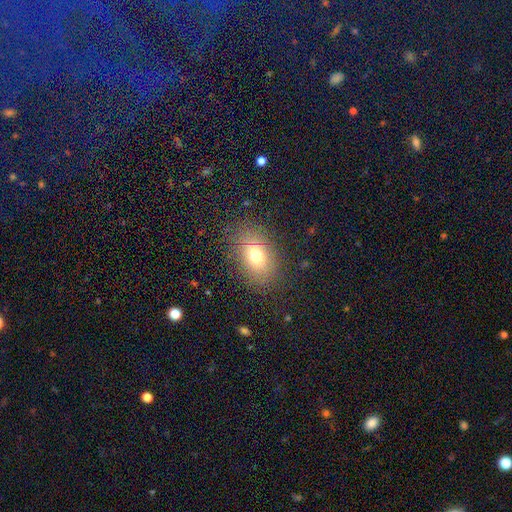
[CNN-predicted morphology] type=smooth (71%); roundness=in between (75%); merging=none (82%).